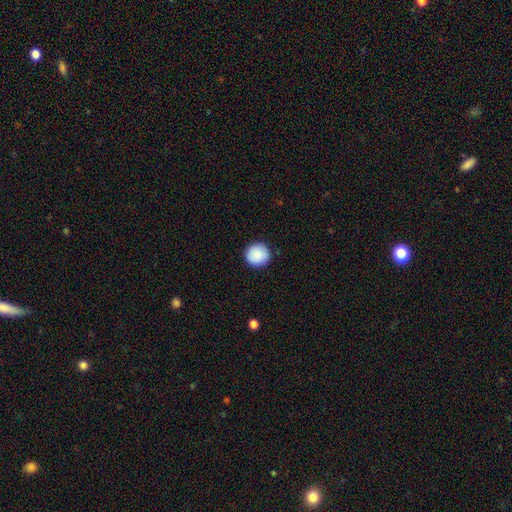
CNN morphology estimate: This appears to be a smooth galaxy with no disk features (89%) that is round (94%). Merging: none (91%).